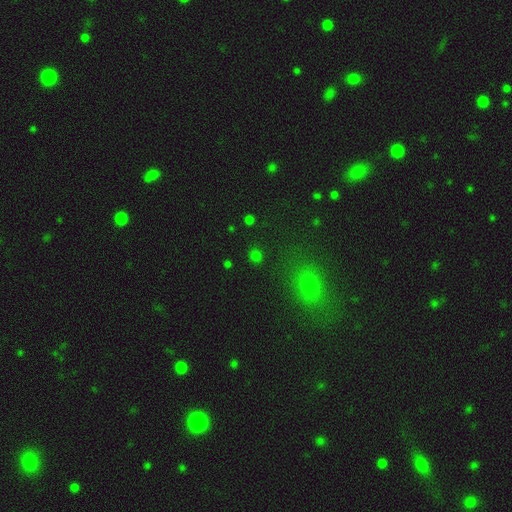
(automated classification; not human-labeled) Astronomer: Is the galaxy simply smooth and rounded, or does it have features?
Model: smooth — 72%.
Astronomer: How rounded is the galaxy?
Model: round — 86%.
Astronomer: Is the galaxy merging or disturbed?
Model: none — 87%.